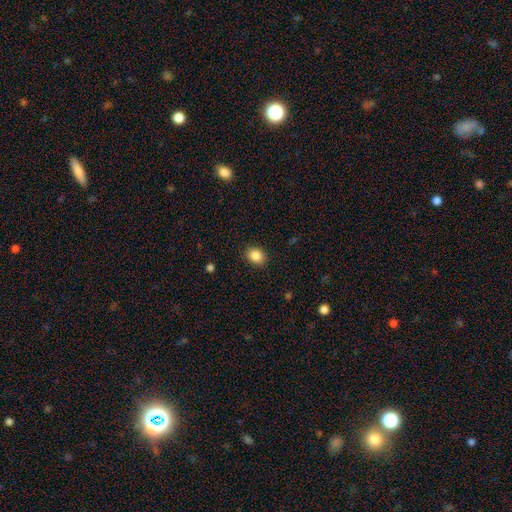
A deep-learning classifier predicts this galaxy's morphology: Overall: smooth (87%). How rounded: round (50%; in between 49%). Merging: none (89%).